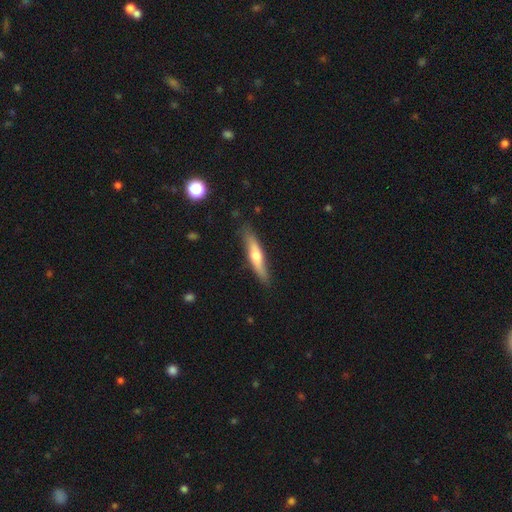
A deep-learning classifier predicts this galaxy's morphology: Smooth or featured?
  - smooth: 49% *
  - featured or disk: 46%
  - star or artifact: 5%
Merging?
  - none: 83% *
  - minor disturbance: 13%
  - major disturbance: 2%
  - merger: 1%